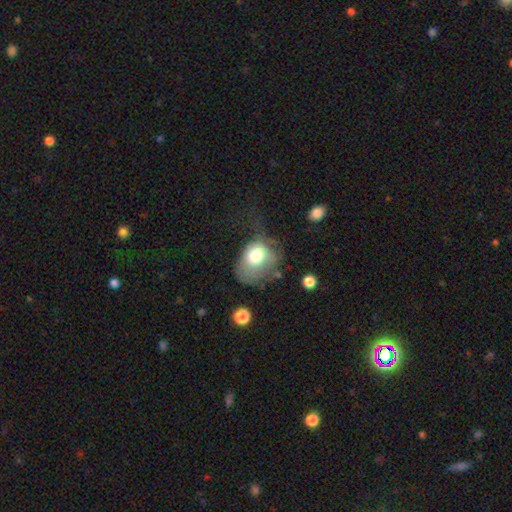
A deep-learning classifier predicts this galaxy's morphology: Q: Smooth or featured?
A: smooth (70%); runner-up: featured or disk (21%)
Q: How rounded?
A: in between (57%); runner-up: round (42%)
Q: Merging?
A: major disturbance (42%); runner-up: minor disturbance (28%)